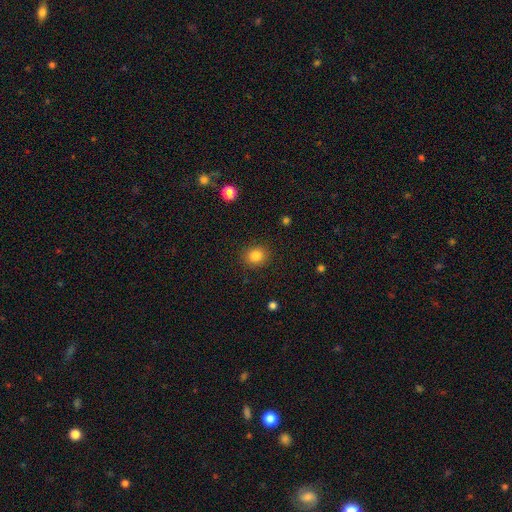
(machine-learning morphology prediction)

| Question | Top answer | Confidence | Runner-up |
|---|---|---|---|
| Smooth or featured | smooth | 84% | star or artifact (11%) |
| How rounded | round | 74% | in between (25%) |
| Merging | none | 88% | minor disturbance (8%) |